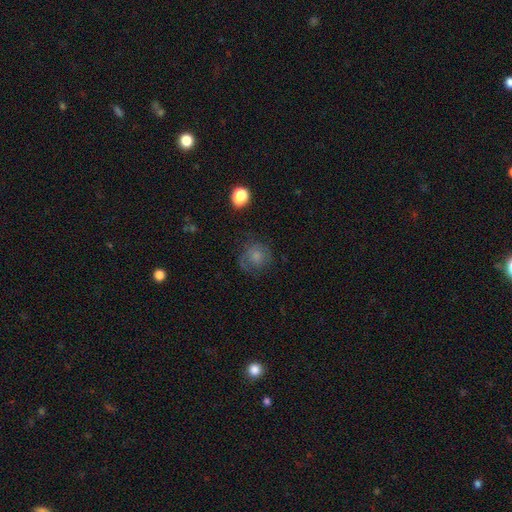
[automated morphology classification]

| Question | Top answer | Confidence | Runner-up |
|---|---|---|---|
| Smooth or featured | smooth | 68% | featured or disk (20%) |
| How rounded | round | 83% | in between (16%) |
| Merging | none | 60% | minor disturbance (23%) |